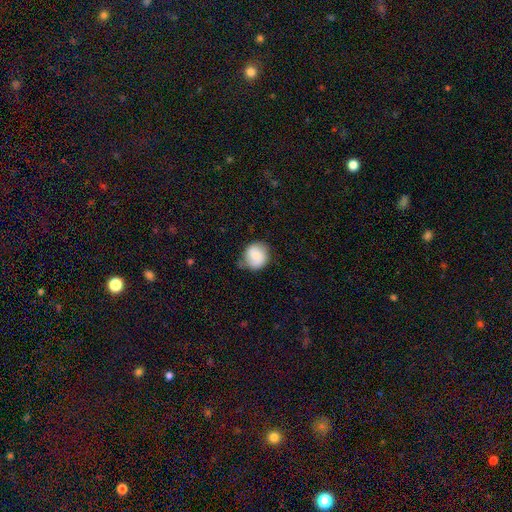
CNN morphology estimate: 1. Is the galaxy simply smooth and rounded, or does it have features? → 77% smooth, 16% featured or disk, 7% star or artifact.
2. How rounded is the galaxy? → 83% round, 16% in between, 1% cigar-shaped.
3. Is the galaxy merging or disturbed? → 66% none, 25% minor disturbance, 6% major disturbance, 3% merger.